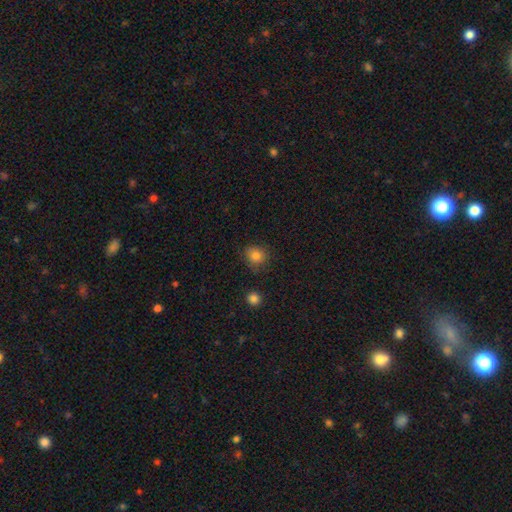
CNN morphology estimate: Q: Smooth or featured?
A: smooth (84%); runner-up: star or artifact (11%)
Q: How rounded?
A: round (84%); runner-up: in between (15%)
Q: Merging?
A: none (81%); runner-up: minor disturbance (14%)